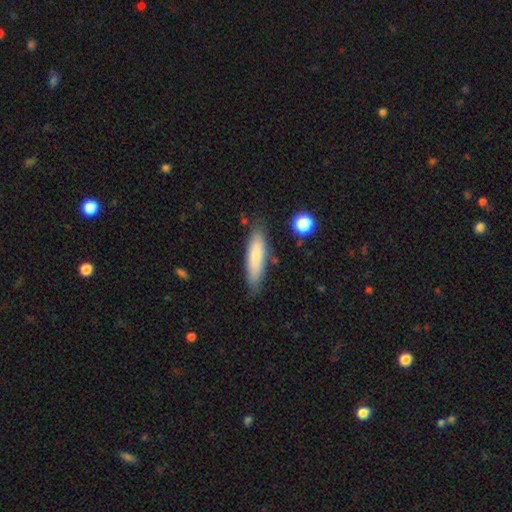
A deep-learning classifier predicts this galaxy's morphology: smooth-or-featured: smooth: 76% | featured or disk: 18% | star or artifact: 6%
  how-rounded: cigar-shaped: 67% | in between: 32% | round: 2%
  merging: none: 80% | minor disturbance: 15% | major disturbance: 3% | merger: 3%